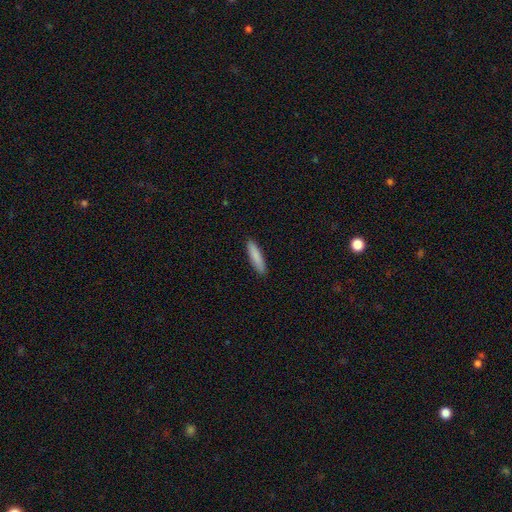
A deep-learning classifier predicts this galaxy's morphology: A smooth galaxy with no disk features (87%) that is cigar-shaped (79%). Merging: none (91%).